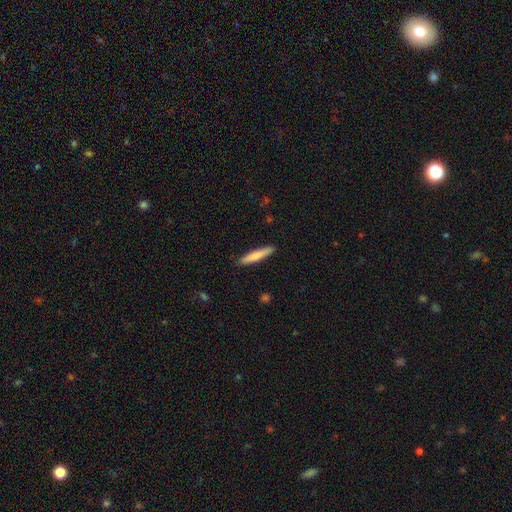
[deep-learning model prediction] This is likely a smooth galaxy (74%). How rounded: clearly cigar-shaped (92%). Merging: clearly none (89%).